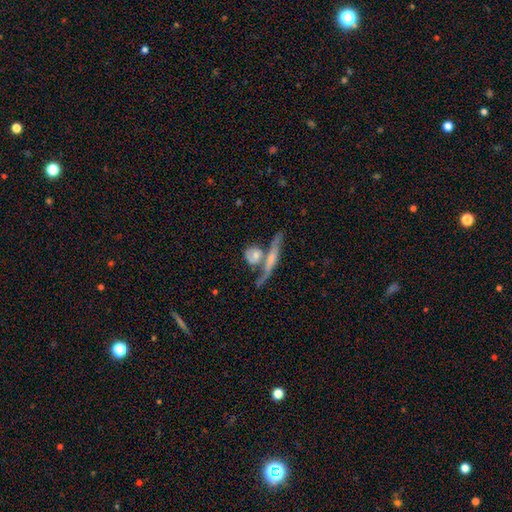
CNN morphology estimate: Q: Smooth or featured?
A: featured or disk (58%); runner-up: smooth (33%)
Q: Edge-on disk?
A: yes (61%); runner-up: no (39%)
Q: Merging?
A: none (44%); runner-up: merger (36%)